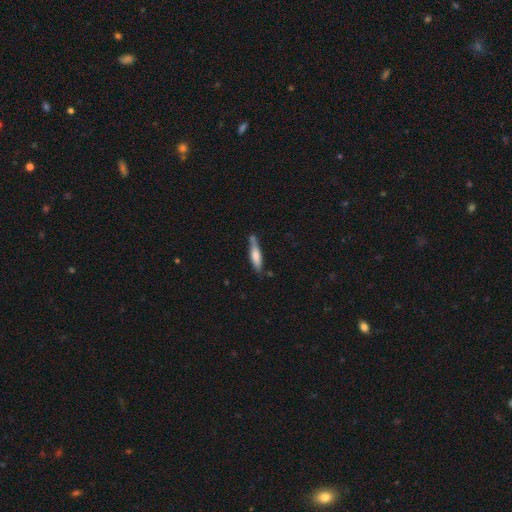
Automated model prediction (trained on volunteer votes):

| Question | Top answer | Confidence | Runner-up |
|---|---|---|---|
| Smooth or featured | smooth | 69% | featured or disk (25%) |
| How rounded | cigar-shaped | 79% | in between (20%) |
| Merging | none | 65% | minor disturbance (21%) |